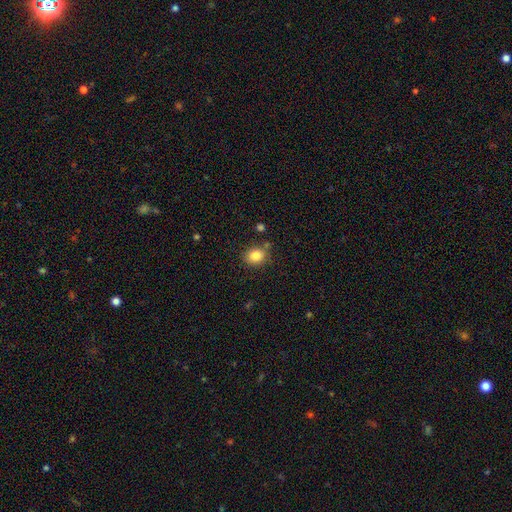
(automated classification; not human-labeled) This appears to be a smooth galaxy with no disk features (84%) that is round (59%). Merging: none (79%).